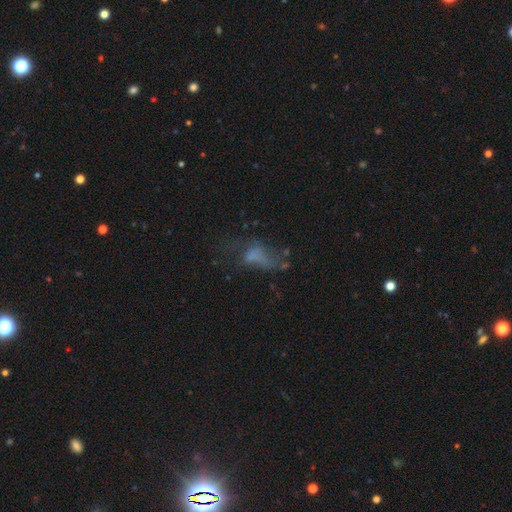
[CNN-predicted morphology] The model was most divided on "merging": major disturbance: 40%, none: 31%, minor disturbance: 19%, merger: 10%. Remaining: smooth or featured — smooth (46%).